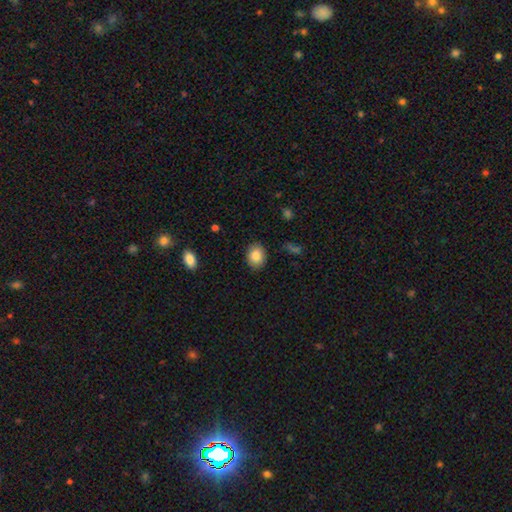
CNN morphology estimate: A smooth galaxy with no disk features (85%) that is in between round and cigar-shaped (59%).

Vote fractions:
- Smooth or featured? smooth: 85% / star or artifact: 8% / featured or disk: 7%
- How rounded? in between: 59% / round: 40% / cigar-shaped: 1%
- Merging? none: 88% / minor disturbance: 9% / major disturbance: 2% / merger: 1%